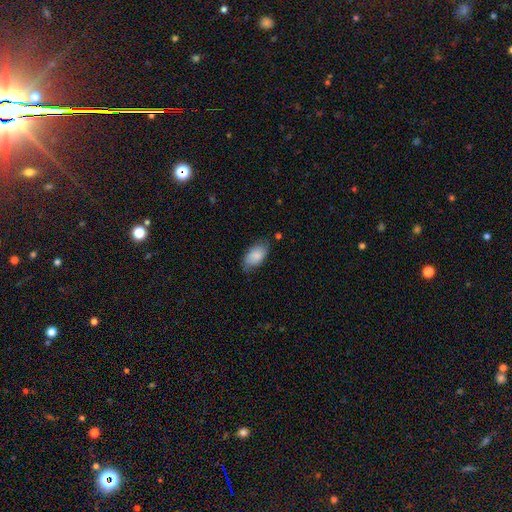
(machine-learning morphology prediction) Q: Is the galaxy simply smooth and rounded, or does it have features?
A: smooth — 83%.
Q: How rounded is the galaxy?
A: in between — 94%.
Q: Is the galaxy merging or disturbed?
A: none — 70%.